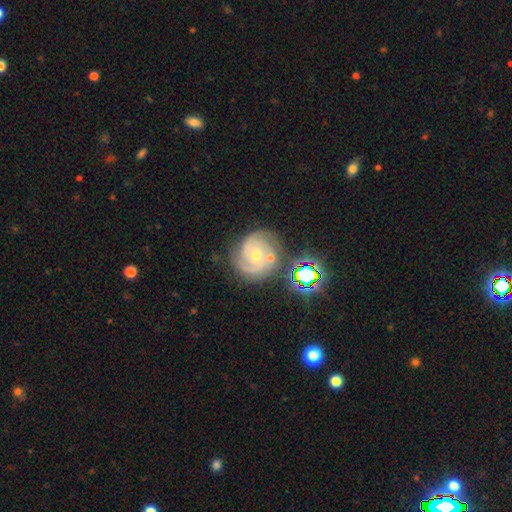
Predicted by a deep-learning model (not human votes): A featured or disk galaxy (77%) with no bar (57%), 2 (48%) tight (61%) spiral arms (95%) and a moderate central bulge (49%).

Vote fractions:
- Smooth or featured? featured or disk: 77% / smooth: 14% / star or artifact: 9%
- Edge-on disk? no: 98% / yes: 2%
- Bar? no: 57% / weak: 36% / strong: 7%
- Spiral arms? yes: 95% / no: 5%
- Spiral winding? tight: 61% / medium: 32% / loose: 7%
- Spiral arm count? 2: 48% / 3: 24% / can't tell: 17% / 1: 4% / 4: 4% / more than 4: 3%
- Bulge size? moderate: 49% / small: 46% / large: 2% / none: 2% / dominant: 1%
- Merging? none: 61% / minor disturbance: 16% / merger: 16% / major disturbance: 6%